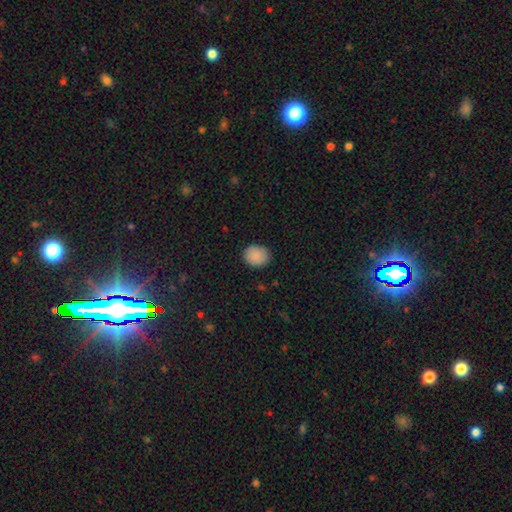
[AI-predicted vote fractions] Morphology: type=smooth (89%); roundness=round (66%); merging=none (86%).